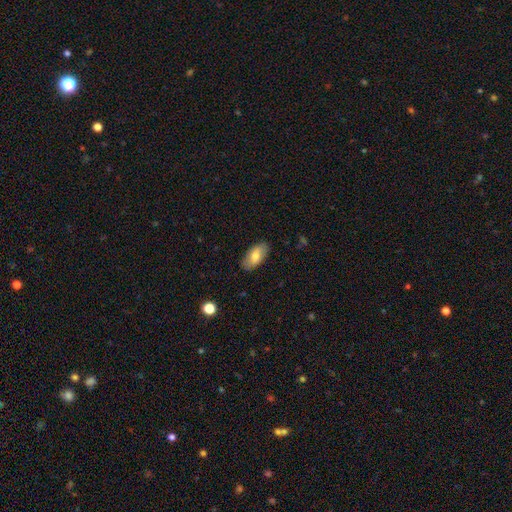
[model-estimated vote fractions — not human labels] A smooth galaxy with no disk features (72%) that is in between round and cigar-shaped (93%). Merging: none (86%).